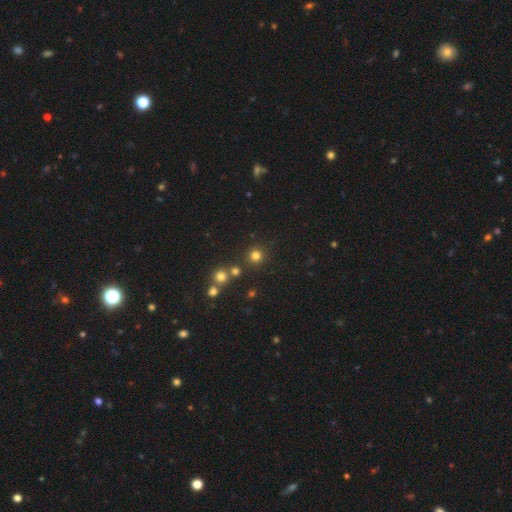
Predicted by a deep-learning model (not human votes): Morphology: type=smooth (77%); roundness=round (93%); merging=none (86%).